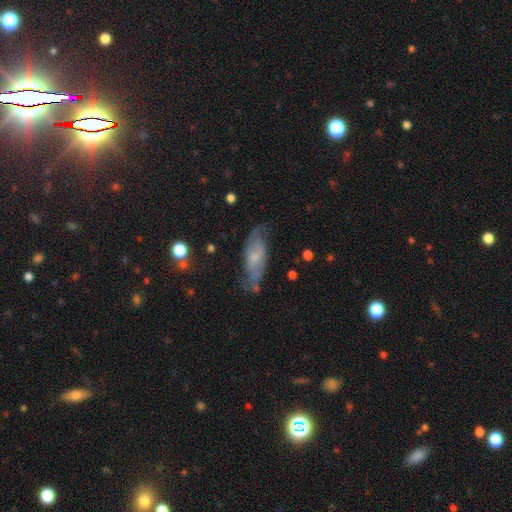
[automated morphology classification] Overall: featured or disk (57%; smooth 35%). Edge-on disk: no (83%). Merging: none (64%).